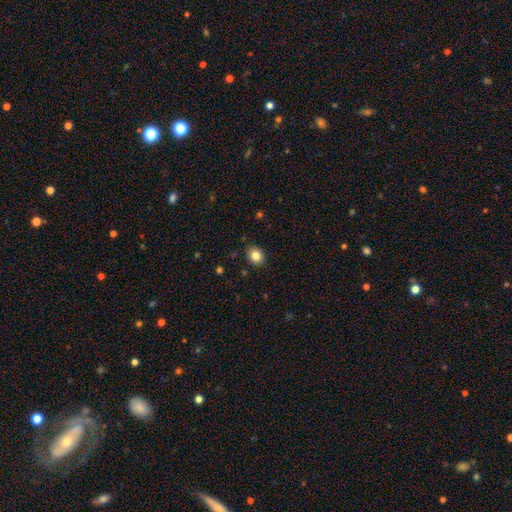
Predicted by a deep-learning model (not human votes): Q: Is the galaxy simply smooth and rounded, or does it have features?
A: smooth — 83%.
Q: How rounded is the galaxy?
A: round — 63%.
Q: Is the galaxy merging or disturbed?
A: none — 90%.